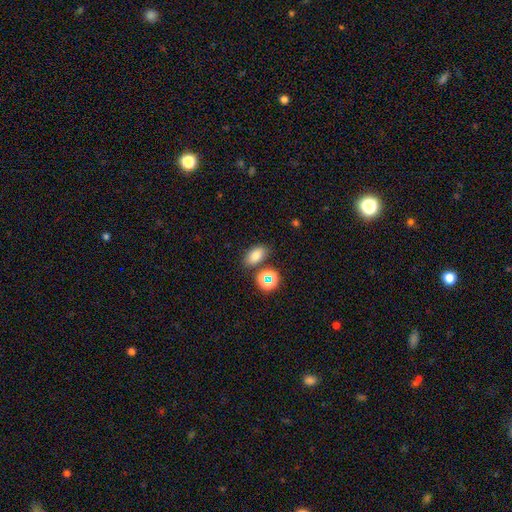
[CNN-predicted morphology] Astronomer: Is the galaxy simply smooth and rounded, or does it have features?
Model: smooth — 76%.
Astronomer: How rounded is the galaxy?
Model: in between — 84%.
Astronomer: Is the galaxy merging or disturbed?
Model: none — 77%.